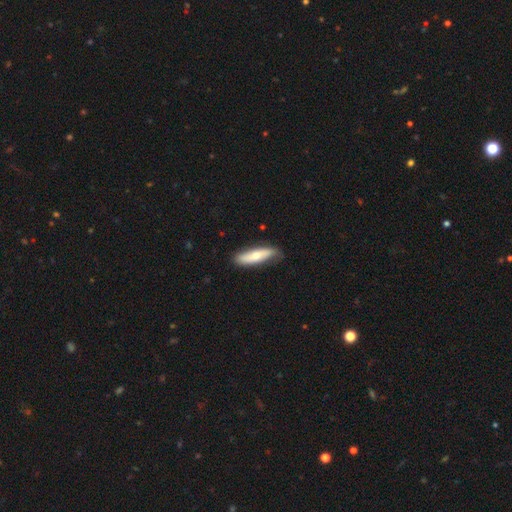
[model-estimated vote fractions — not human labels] Morphology: type=smooth (59%); roundness=cigar-shaped (63%); merging=none (74%).